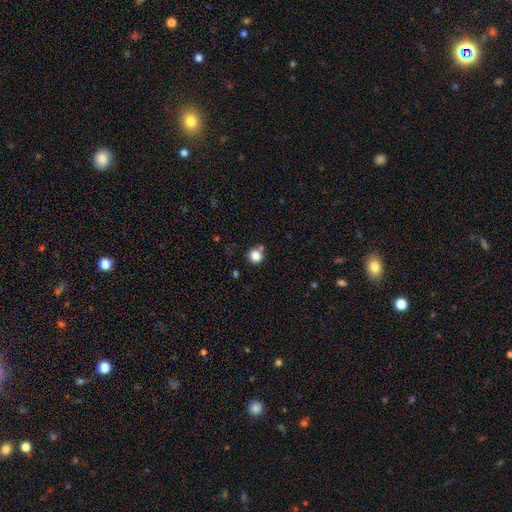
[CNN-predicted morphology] A smooth galaxy with no disk features (84%) that is round (93%). Merging: none (75%).